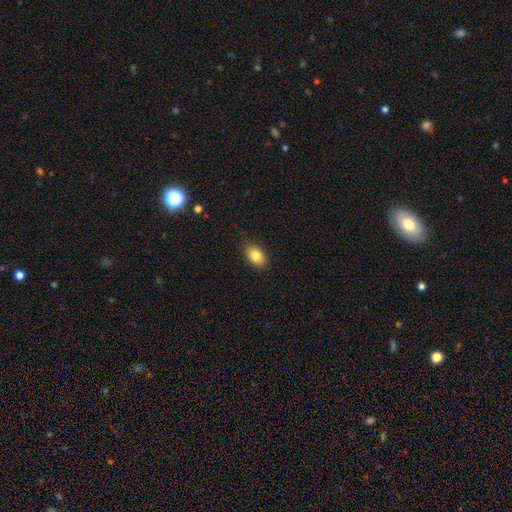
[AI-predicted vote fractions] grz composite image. It shows a smooth galaxy with no disk features (84%) that is in between round and cigar-shaped (88%). Merging: none (86%).